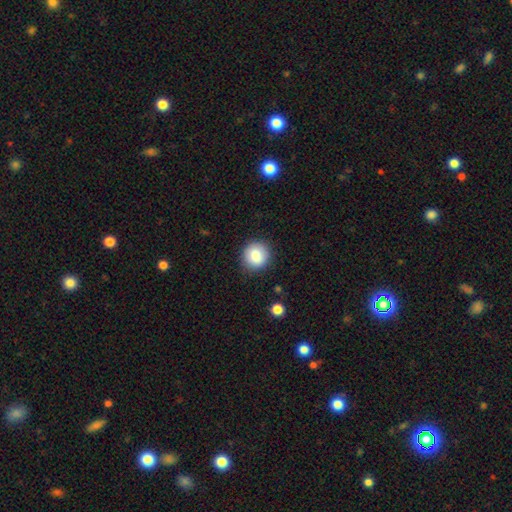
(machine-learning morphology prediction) This appears to be a smooth galaxy with no disk features (84%) that is round (87%). Merging: none (87%).